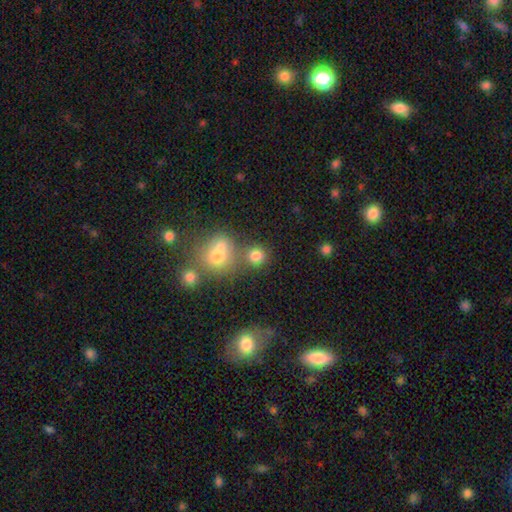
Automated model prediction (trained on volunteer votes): Smooth or featured: smooth — 78% (star or artifact — 15%)
How rounded: round — 87% (in between — 12%)
Merging: none — 65% (merger — 22%)